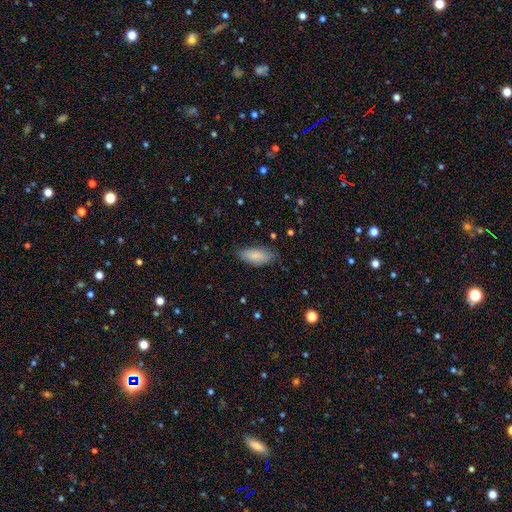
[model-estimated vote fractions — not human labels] Smooth or featured?
  - smooth: 83% *
  - featured or disk: 11%
  - star or artifact: 6%
How rounded?
  - in between: 87% *
  - cigar-shaped: 11%
  - round: 2%
Merging?
  - none: 76% *
  - minor disturbance: 19%
  - major disturbance: 4%
  - merger: 1%